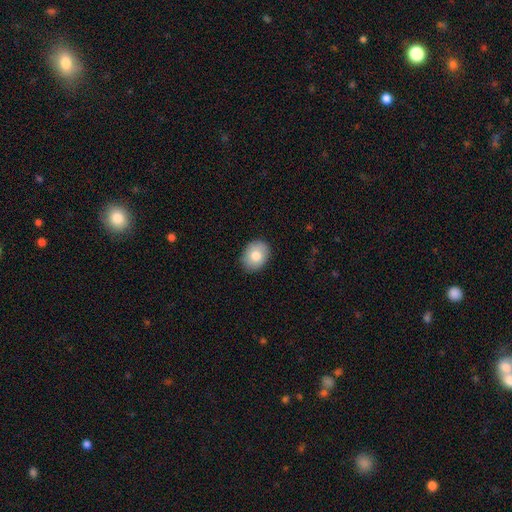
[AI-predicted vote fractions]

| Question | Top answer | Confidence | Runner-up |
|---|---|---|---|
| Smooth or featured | smooth | 79% | featured or disk (14%) |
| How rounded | in between | 57% | round (42%) |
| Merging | none | 88% | minor disturbance (10%) |